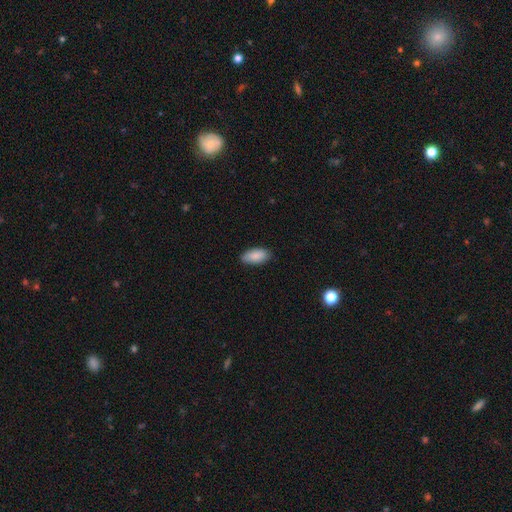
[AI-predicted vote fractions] This appears to be a smooth galaxy with no disk features (88%) that is in between round and cigar-shaped (91%). Merging: none (86%).